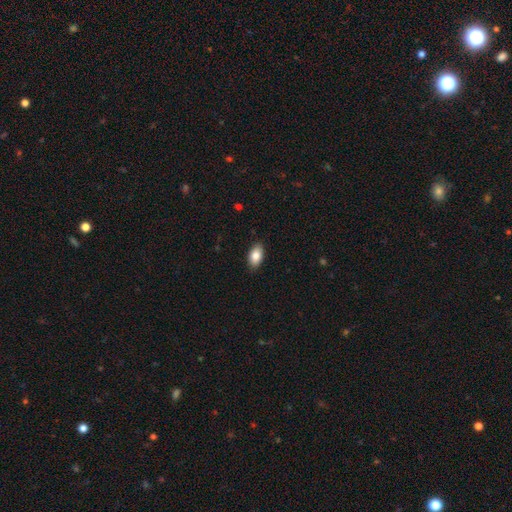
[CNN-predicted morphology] A smooth galaxy with no disk features (84%) that is in between round and cigar-shaped (93%).

Vote fractions:
- Smooth or featured? smooth: 84% / featured or disk: 9% / star or artifact: 7%
- How rounded? in between: 93% / round: 5% / cigar-shaped: 2%
- Merging? none: 88% / minor disturbance: 9% / major disturbance: 2% / merger: 1%